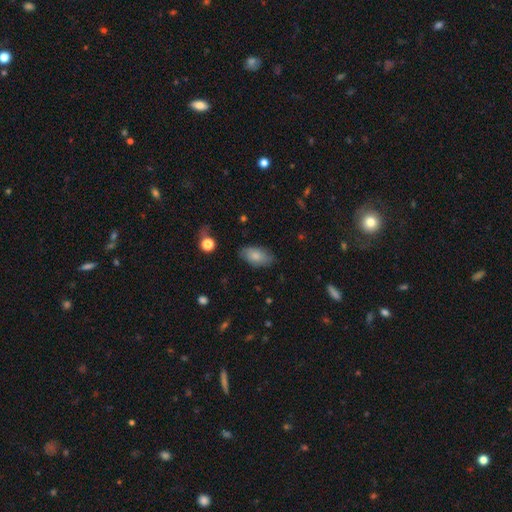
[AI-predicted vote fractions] Overall: smooth (79%). How rounded: in between (93%). Merging: none (78%).